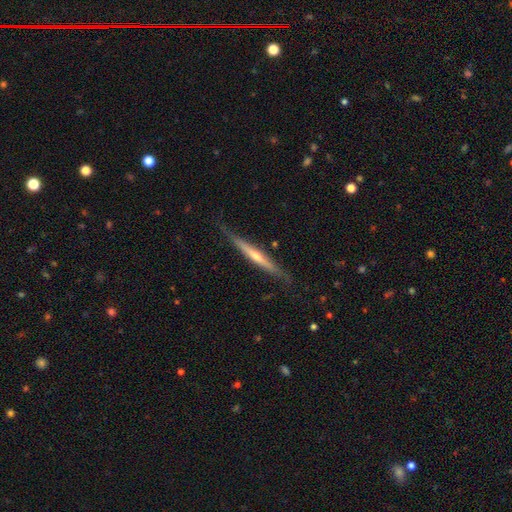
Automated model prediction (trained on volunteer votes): featured or disk 71%, smooth 24%, star or artifact 6%. Down the decision tree: edge-on disk — yes (97%); edge-on bulge — rounded (69%); merging — none (80%).